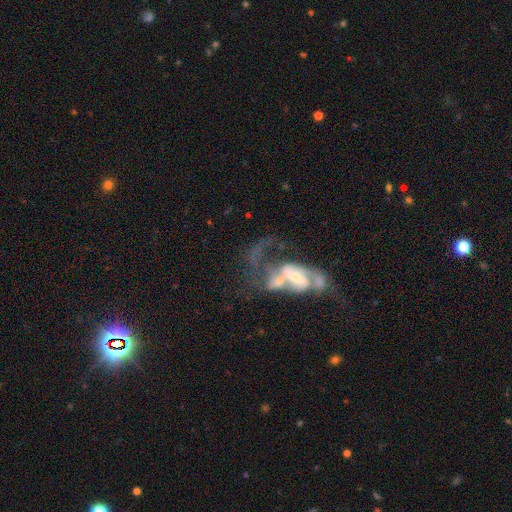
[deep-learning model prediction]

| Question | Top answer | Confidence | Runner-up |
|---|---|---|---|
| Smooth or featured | featured or disk | 70% | smooth (17%) |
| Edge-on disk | no | 94% | yes (6%) |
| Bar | no | 58% | weak (29%) |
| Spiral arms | yes | 65% | no (35%) |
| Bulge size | moderate | 37% | small (33%) |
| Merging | merger | 55% | major disturbance (24%) |